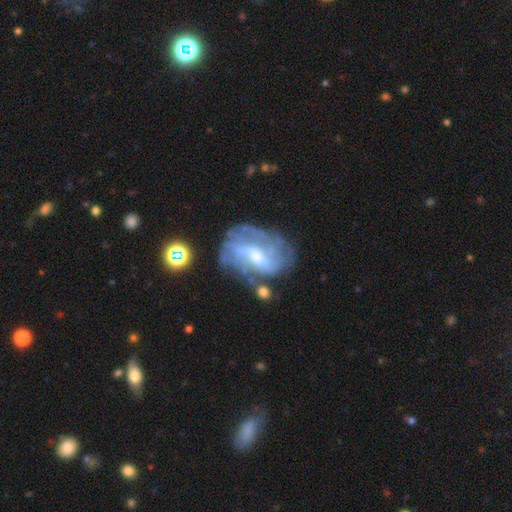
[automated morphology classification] This appears to be a featured or disk galaxy (76%) with a weak bar (50%), medium (38%) spiral arms (78%) and a moderate central bulge (45%). Merging: none (57%).